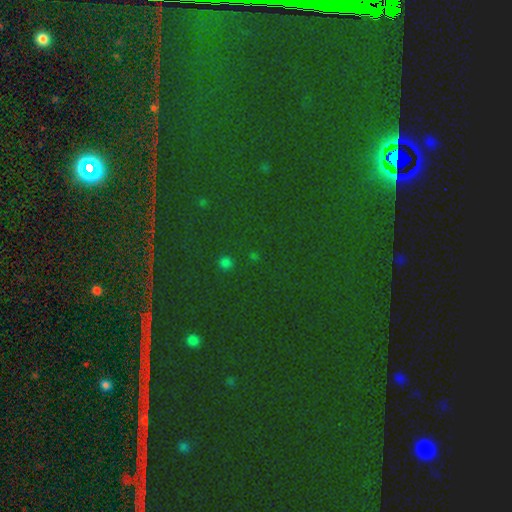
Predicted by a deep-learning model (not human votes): Overall: star or artifact (82%).